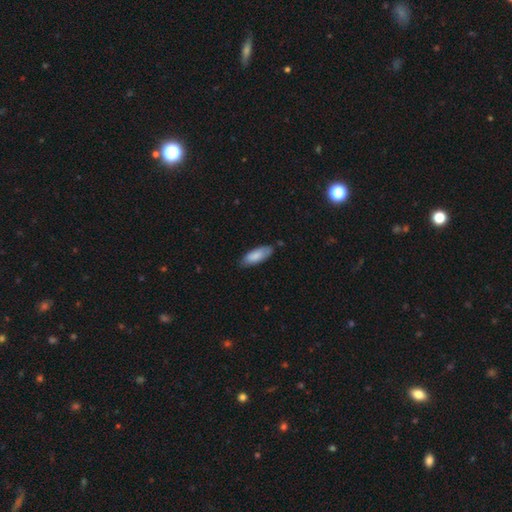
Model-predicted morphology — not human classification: This is clearly a smooth galaxy (84%). How rounded: likely in between (73%). Merging: likely none (74%).